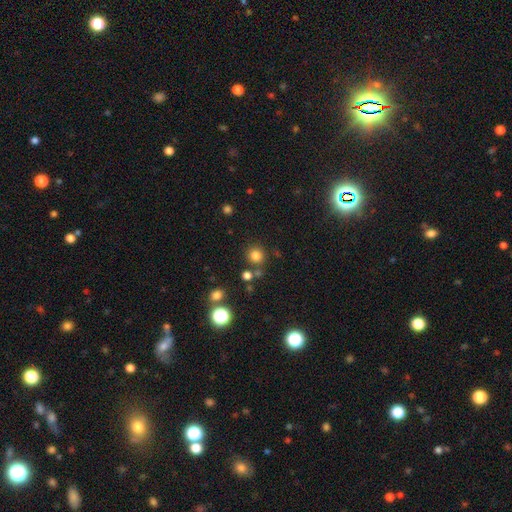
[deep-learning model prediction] A smooth galaxy with no disk features (79%) that is round (91%).

Vote fractions:
- Smooth or featured? smooth: 79% / star or artifact: 16% / featured or disk: 5%
- How rounded? round: 91% / in between: 8% / cigar-shaped: 1%
- Merging? none: 80% / merger: 8% / minor disturbance: 8% / major disturbance: 3%